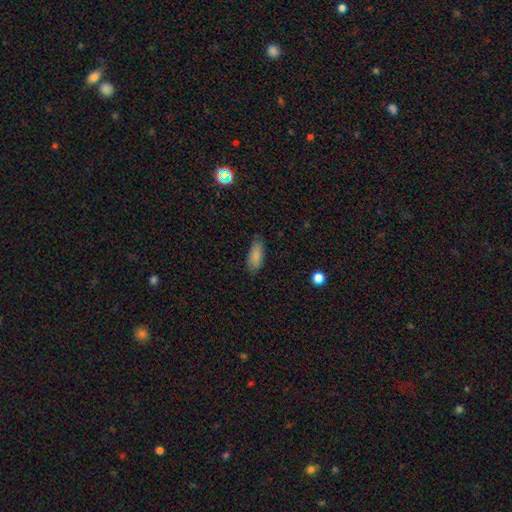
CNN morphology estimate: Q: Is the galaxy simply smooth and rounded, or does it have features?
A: smooth — 87%.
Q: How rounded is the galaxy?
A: in between — 79%.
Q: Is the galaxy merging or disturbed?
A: none — 83%.